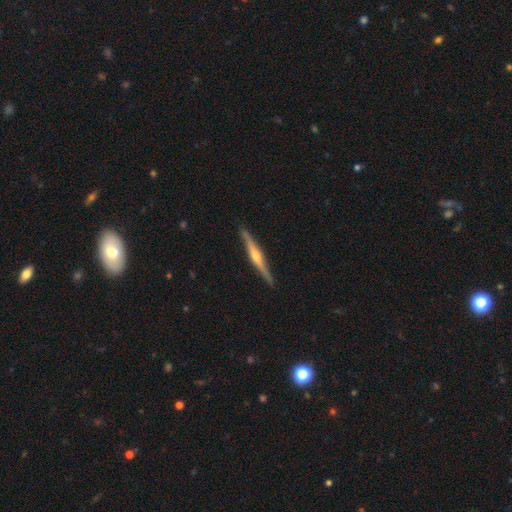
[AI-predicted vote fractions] smooth_or_featured: featured or disk (p=0.78) [alt: smooth p=0.17]
disk_edge_on: yes (p=0.98) [alt: no p=0.02]
edge_on_bulge: rounded (p=0.85) [alt: none p=0.08]
merging: none (p=0.89) [alt: minor disturbance p=0.08]